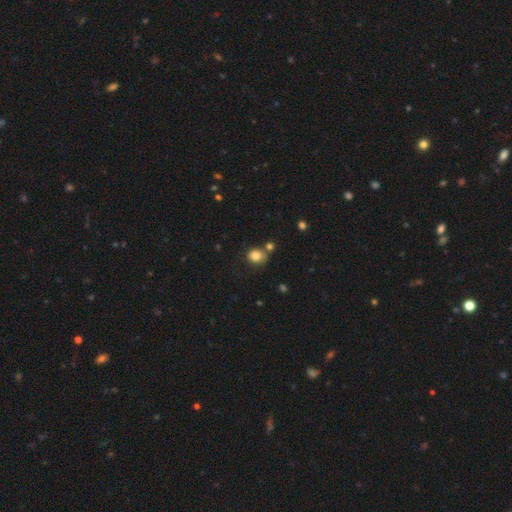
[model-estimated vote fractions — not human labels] Q: Smooth or featured?
A: smooth (83%); runner-up: star or artifact (11%)
Q: How rounded?
A: round (78%); runner-up: in between (21%)
Q: Merging?
A: none (68%); runner-up: merger (15%)